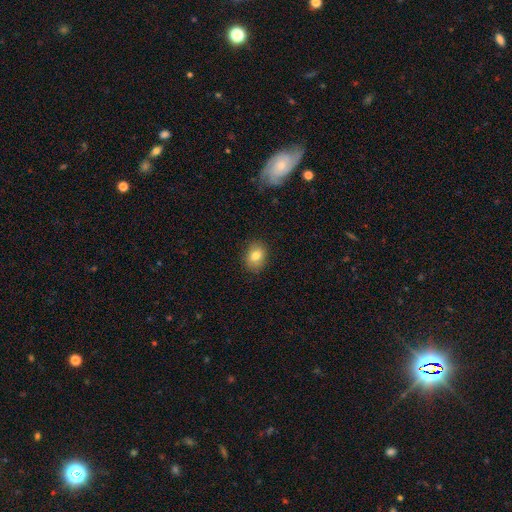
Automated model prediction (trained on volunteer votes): smooth 79%, featured or disk 11%, star or artifact 10%. Down the decision tree: how rounded — in between (59%); merging — none (87%).